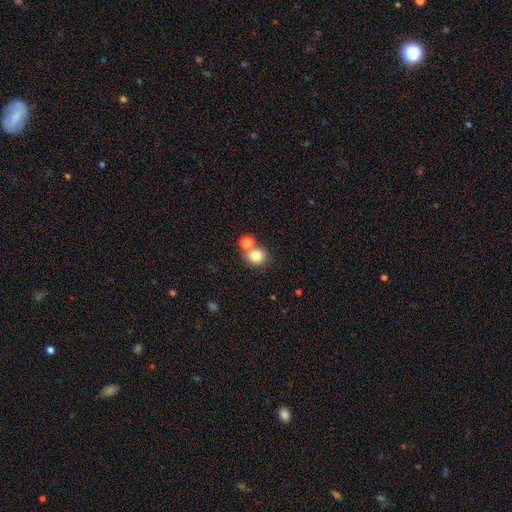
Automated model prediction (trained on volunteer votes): The model was most divided on "merging": none: 57%, merger: 31%, minor disturbance: 8%, major disturbance: 3%. More confident: how rounded — round (80%); smooth or featured — smooth (80%).